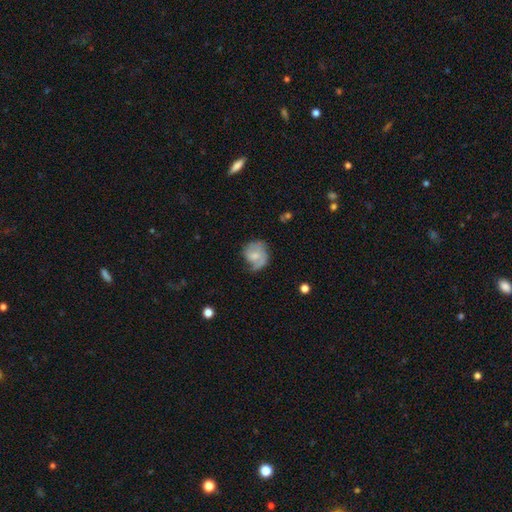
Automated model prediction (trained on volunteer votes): This is possibly a featured or disk galaxy (50%). Merging: possibly none (47%).